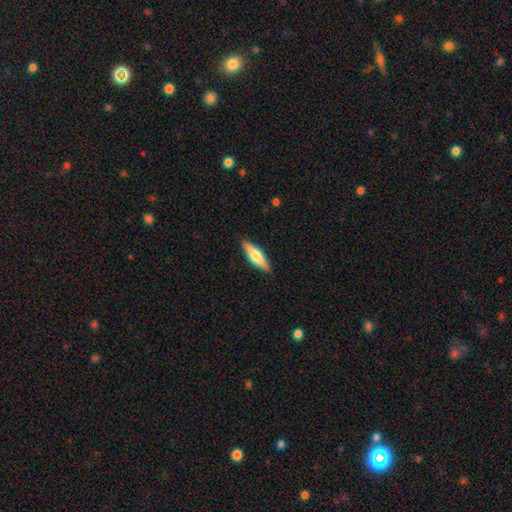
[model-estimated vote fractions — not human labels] smooth_or_featured: featured or disk (p=0.49) [alt: smooth p=0.46]
merging: none (p=0.89) [alt: minor disturbance p=0.08]